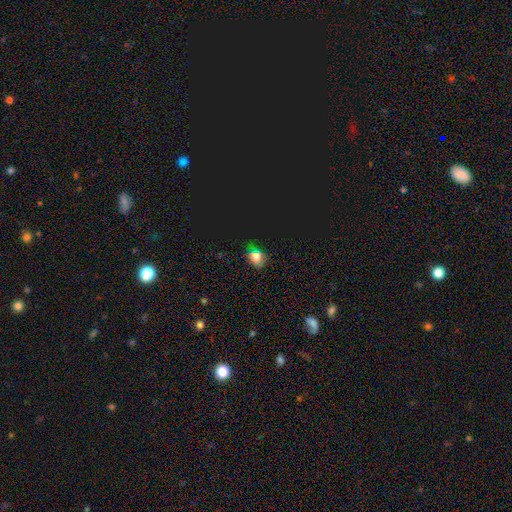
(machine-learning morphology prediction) This is possibly a smooth galaxy (59%). How rounded: possibly round (56%). Merging: likely none (77%).